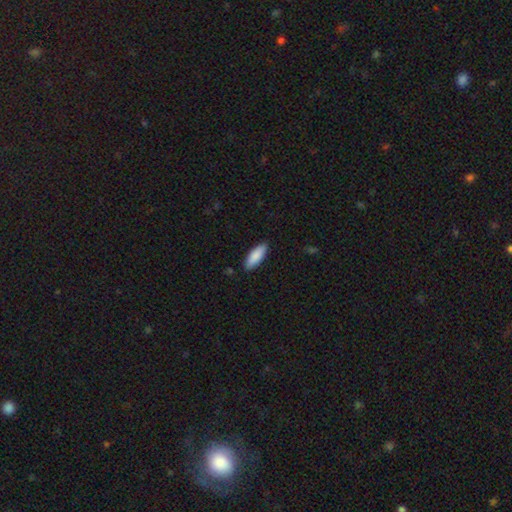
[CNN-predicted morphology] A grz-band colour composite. It shows a smooth galaxy with no disk features (87%) that is in between round and cigar-shaped (68%). Merging: none (87%).